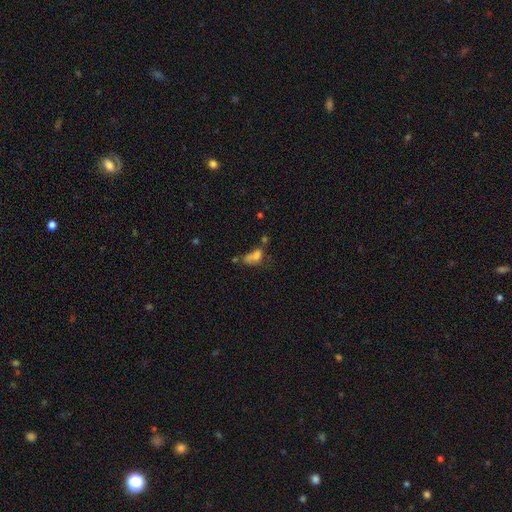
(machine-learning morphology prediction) A smooth galaxy with no disk features (60%) that is in between round and cigar-shaped (71%).

Vote fractions:
- Smooth or featured? smooth: 60% / featured or disk: 23% / star or artifact: 17%
- How rounded? in between: 71% / round: 19% / cigar-shaped: 10%
- Merging? merger: 37% / major disturbance: 25% / none: 22% / minor disturbance: 17%